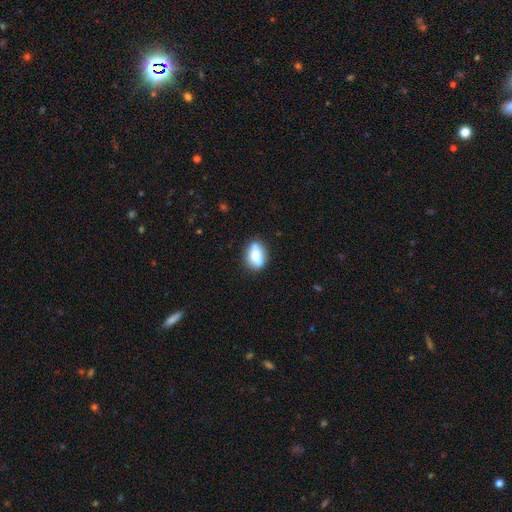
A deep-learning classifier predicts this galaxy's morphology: A smooth galaxy with no disk features (61%) that is in between round and cigar-shaped (74%).

Vote fractions:
- Smooth or featured? smooth: 61% / featured or disk: 30% / star or artifact: 9%
- How rounded? in between: 74% / round: 20% / cigar-shaped: 5%
- Merging? none: 75% / minor disturbance: 15% / merger: 6% / major disturbance: 4%